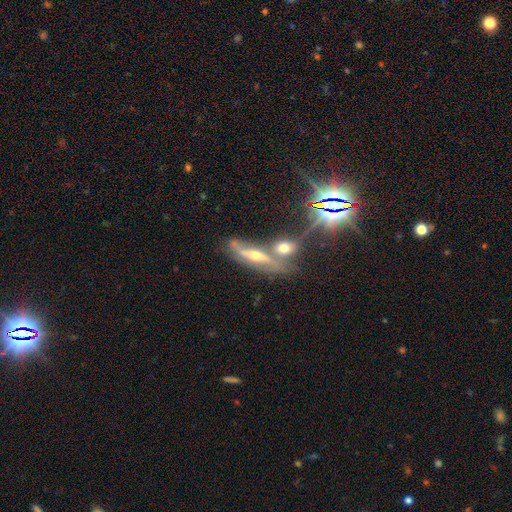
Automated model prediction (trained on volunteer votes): Morphology: type=featured or disk (59%); edge-on=yes (50%, tied with no); merging=none (46%).